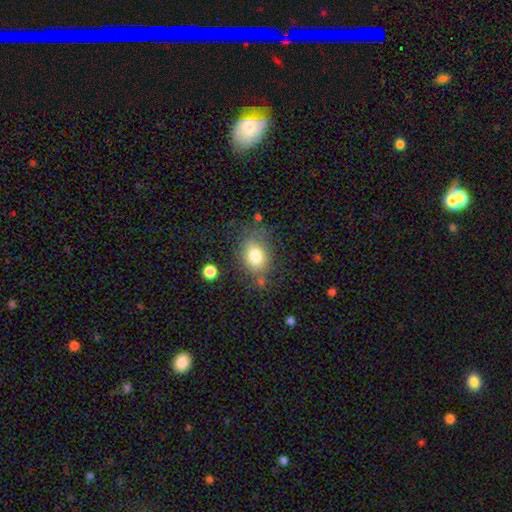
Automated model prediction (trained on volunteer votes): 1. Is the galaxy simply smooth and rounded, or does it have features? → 80% smooth, 11% featured or disk, 10% star or artifact.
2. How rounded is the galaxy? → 60% in between, 39% round, 1% cigar-shaped.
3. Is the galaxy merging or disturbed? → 67% none, 20% minor disturbance, 8% major disturbance, 5% merger.